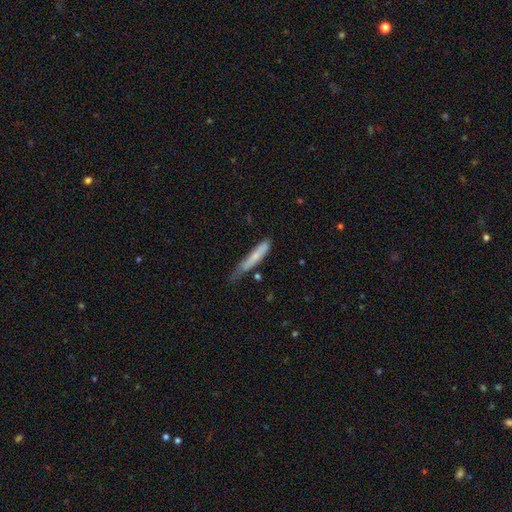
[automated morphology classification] smooth-or-featured: smooth: 65% | featured or disk: 29% | star or artifact: 6%
  how-rounded: cigar-shaped: 90% | in between: 8% | round: 1%
  merging: none: 49% | minor disturbance: 37% | major disturbance: 10% | merger: 4%